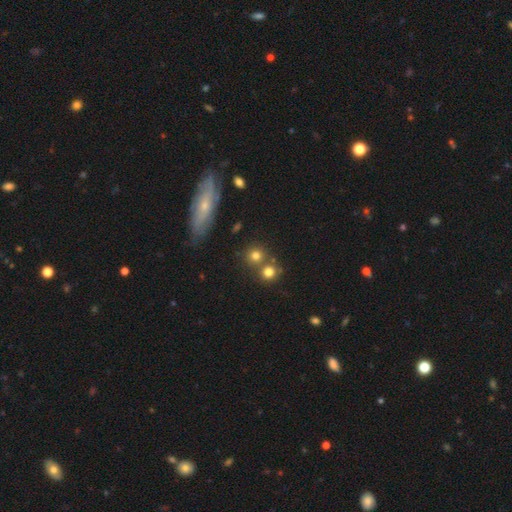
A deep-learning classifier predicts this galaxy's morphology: smooth-or-featured: smooth: 74% | star or artifact: 15% | featured or disk: 11%
  how-rounded: round: 88% | in between: 11% | cigar-shaped: 2%
  merging: none: 63% | merger: 25% | minor disturbance: 8% | major disturbance: 4%